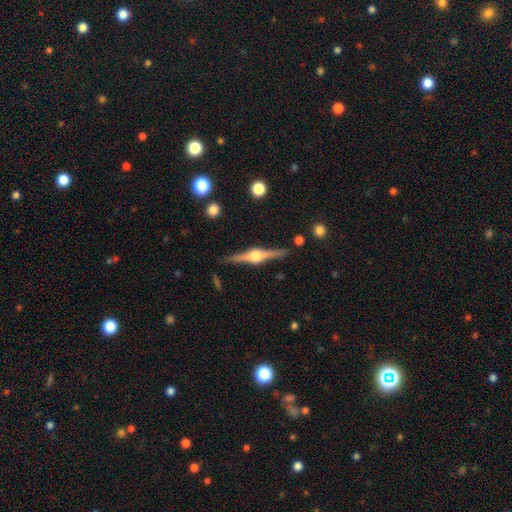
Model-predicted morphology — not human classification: Smooth or featured?
  - featured or disk: 86% *
  - smooth: 8%
  - star or artifact: 5%
Edge-on disk?
  - yes: 98% *
  - no: 2%
Edge-on bulge?
  - rounded: 93% *
  - boxy: 5%
  - none: 1%
Merging?
  - none: 89% *
  - minor disturbance: 7%
  - merger: 2%
  - major disturbance: 2%